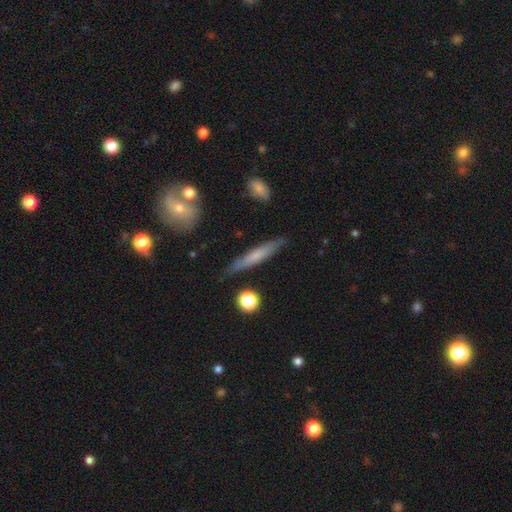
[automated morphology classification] smooth-or-featured: smooth: 55% | featured or disk: 38% | star or artifact: 6%
  how-rounded: cigar-shaped: 92% | in between: 6% | round: 2%
  merging: none: 84% | minor disturbance: 11% | merger: 2% | major disturbance: 2%